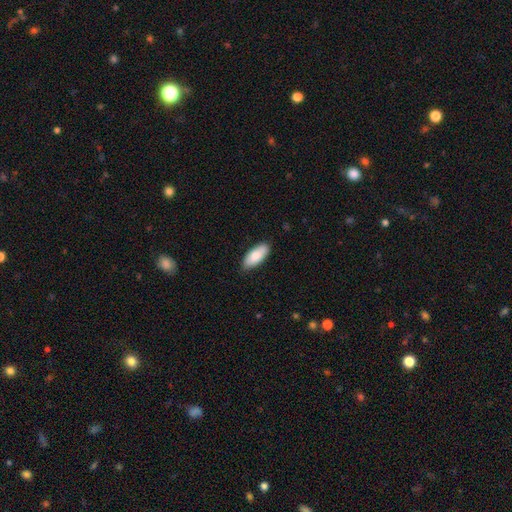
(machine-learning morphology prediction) Overall: smooth (86%). How rounded: in between (85%). Merging: none (84%).